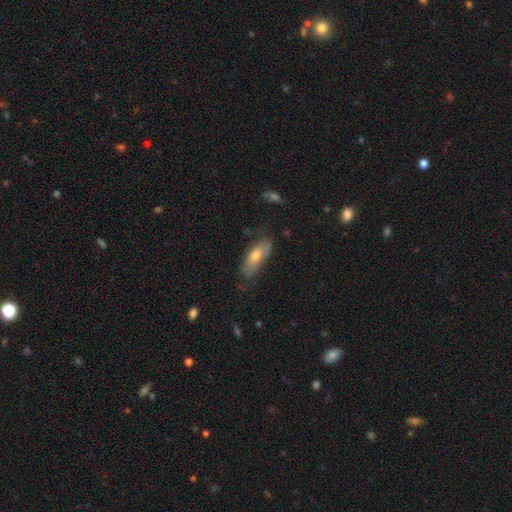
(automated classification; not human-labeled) A smooth galaxy with no disk features (59%) that is in between round and cigar-shaped (67%). Merging: none (64%).